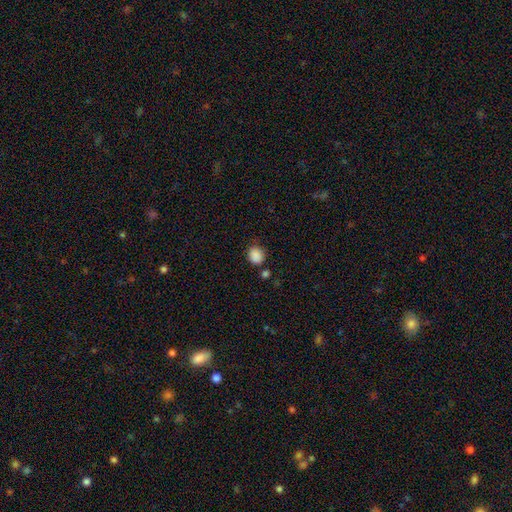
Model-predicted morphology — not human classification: A smooth galaxy with no disk features (87%) that is round (70%). Merging: none (76%).